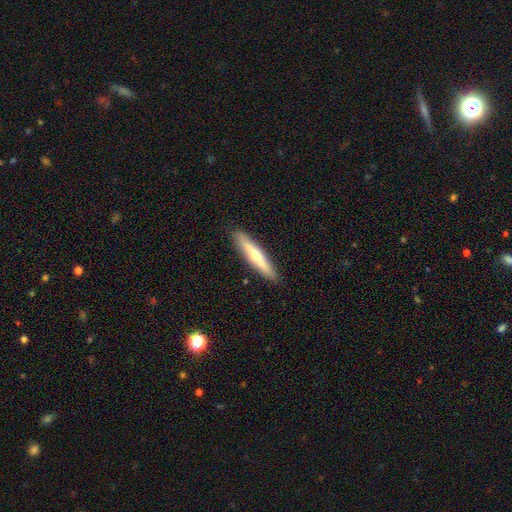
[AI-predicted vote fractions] smooth 52%, featured or disk 43%, star or artifact 5%. Down the decision tree: how rounded — cigar-shaped (89%); merging — none (90%).